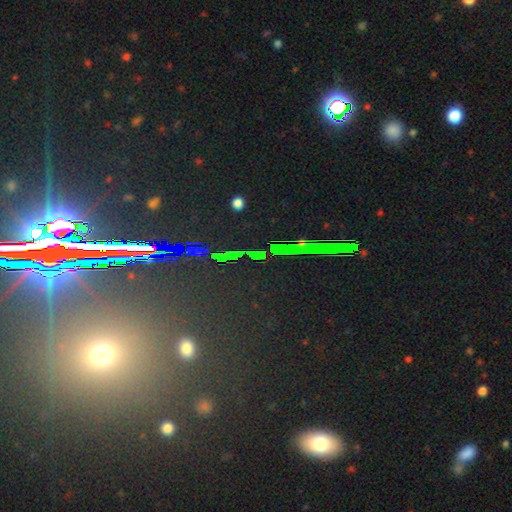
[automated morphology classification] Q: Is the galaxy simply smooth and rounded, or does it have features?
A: star or artifact — 81%.